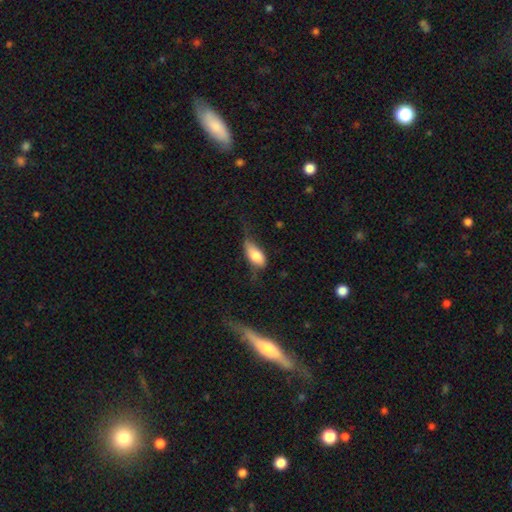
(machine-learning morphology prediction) smooth-or-featured: smooth: 73% | featured or disk: 21% | star or artifact: 7%
  how-rounded: in between: 87% | cigar-shaped: 9% | round: 4%
  merging: minor disturbance: 36% | none: 33% | major disturbance: 28% | merger: 3%